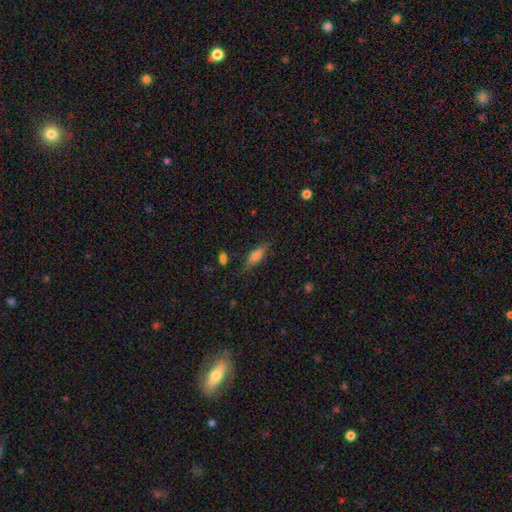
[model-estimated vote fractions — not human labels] Smooth or featured? Predicted: smooth (p=0.68). How rounded? Predicted: in between (p=0.64). Merging? Predicted: none (p=0.75).